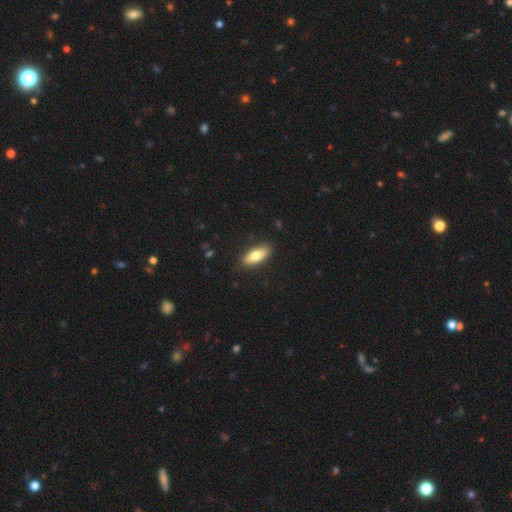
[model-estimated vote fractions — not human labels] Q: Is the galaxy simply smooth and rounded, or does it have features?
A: smooth — 75%.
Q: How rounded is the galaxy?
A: in between — 71%.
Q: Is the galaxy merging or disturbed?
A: none — 87%.